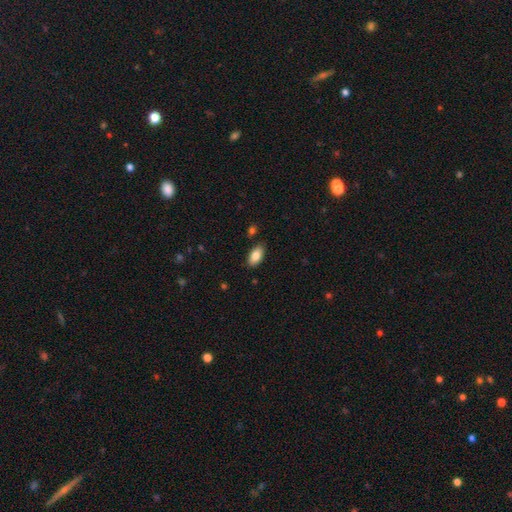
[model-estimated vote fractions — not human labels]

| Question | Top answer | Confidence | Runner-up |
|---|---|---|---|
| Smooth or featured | smooth | 85% | featured or disk (8%) |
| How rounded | in between | 93% | cigar-shaped (4%) |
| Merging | none | 86% | minor disturbance (10%) |